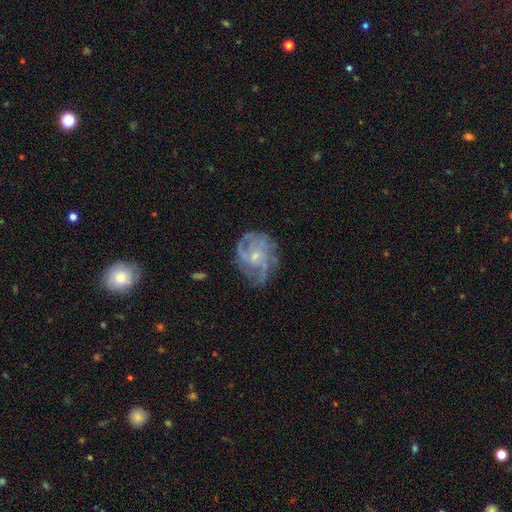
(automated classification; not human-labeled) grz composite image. It shows a featured or disk galaxy (78%) with no bar (68%), medium (41%) spiral arms (84%) and a small central bulge (63%). Merging: none (62%).